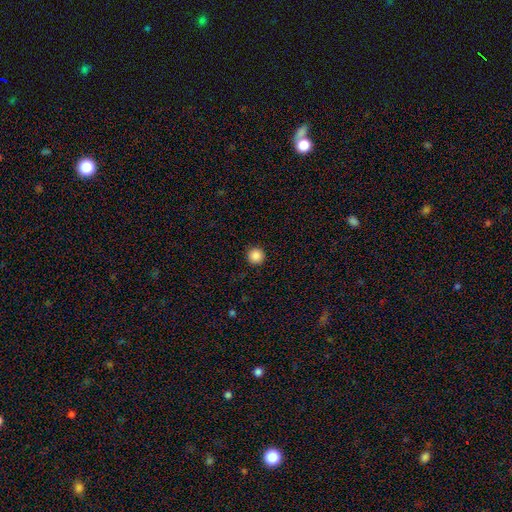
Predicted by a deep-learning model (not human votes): smooth 88%, star or artifact 10%, featured or disk 3%. Down the decision tree: how rounded — round (96%); merging — none (93%).